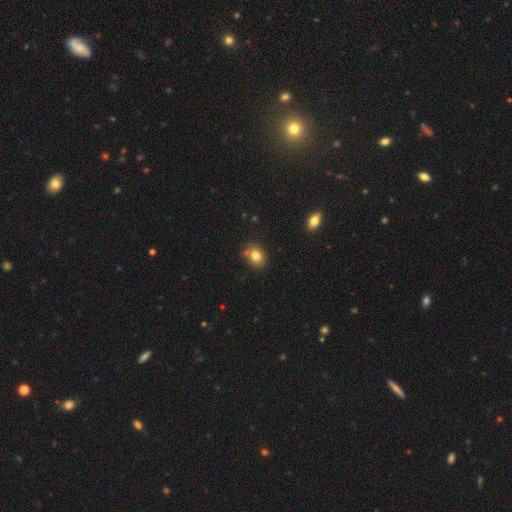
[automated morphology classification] Overall: smooth (81%). How rounded: round (54%; in between 45%). Merging: none (75%).